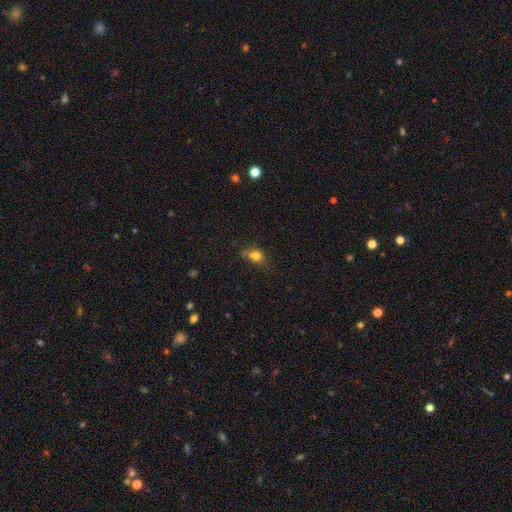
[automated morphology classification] smooth_or_featured: smooth (p=0.76) [alt: star or artifact p=0.14]
how_rounded: round (p=0.58) [alt: in between p=0.40]
merging: none (p=0.50) [alt: minor disturbance p=0.23]